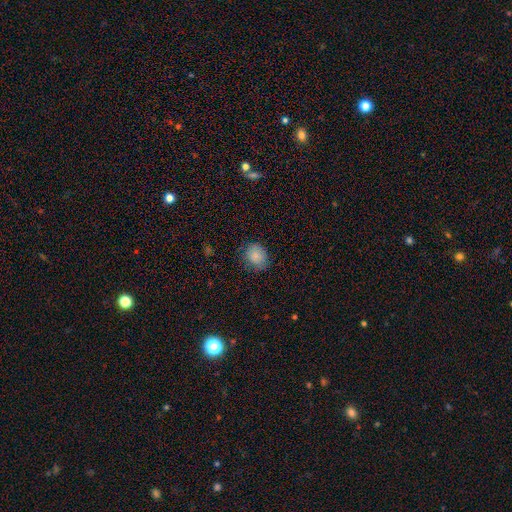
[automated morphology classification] Smooth or featured? smooth (84%)
How rounded? round (66%)
Merging? none (76%)